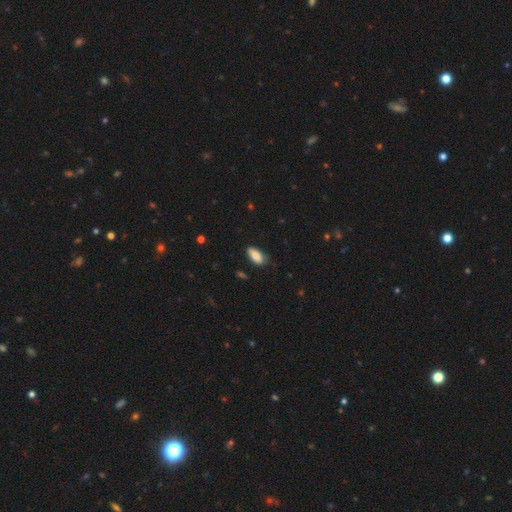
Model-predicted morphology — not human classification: smooth-or-featured: smooth: 83% | featured or disk: 11% | star or artifact: 7%
  how-rounded: in between: 88% | cigar-shaped: 10% | round: 2%
  merging: none: 77% | minor disturbance: 19% | major disturbance: 3% | merger: 1%